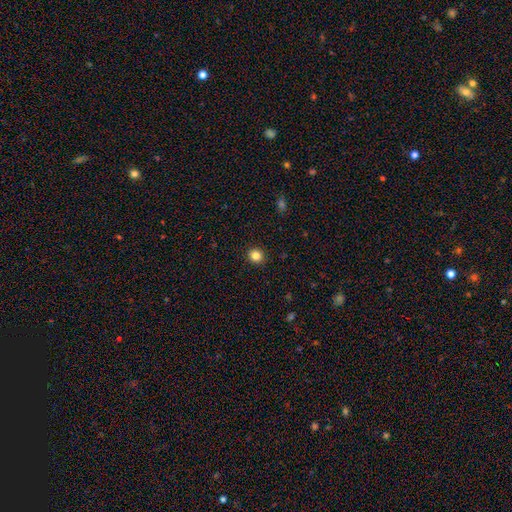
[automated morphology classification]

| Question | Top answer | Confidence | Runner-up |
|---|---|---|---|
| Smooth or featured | smooth | 84% | star or artifact (12%) |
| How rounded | round | 86% | in between (14%) |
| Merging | none | 92% | minor disturbance (5%) |